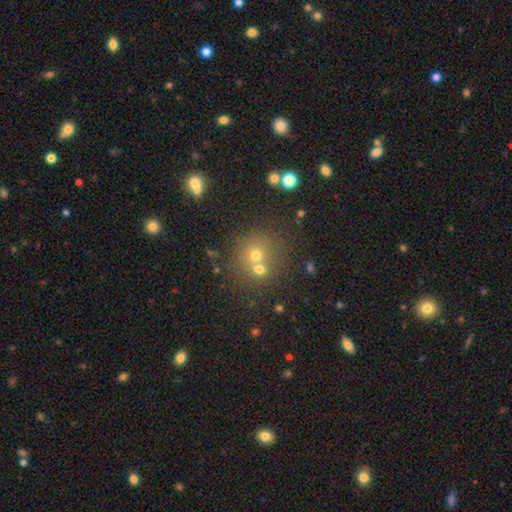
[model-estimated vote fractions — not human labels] A smooth galaxy with no disk features (61%) that is round (86%). Merging: none (51%).